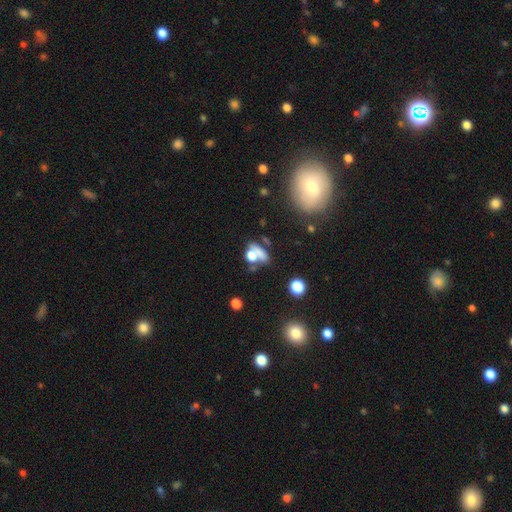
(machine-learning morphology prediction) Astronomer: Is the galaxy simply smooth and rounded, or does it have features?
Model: smooth — 64%.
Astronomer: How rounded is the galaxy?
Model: in between — 56% (runner-up: round, 36%).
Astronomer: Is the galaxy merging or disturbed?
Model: merger — 36% (runner-up: none, 35%).